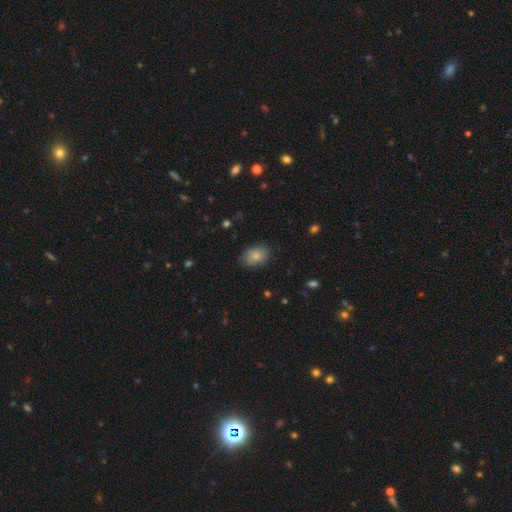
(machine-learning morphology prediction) The model was most divided on "merging": none: 75%, minor disturbance: 20%, major disturbance: 4%, merger: 1%. More confident: how rounded — in between (85%); smooth or featured — smooth (80%).